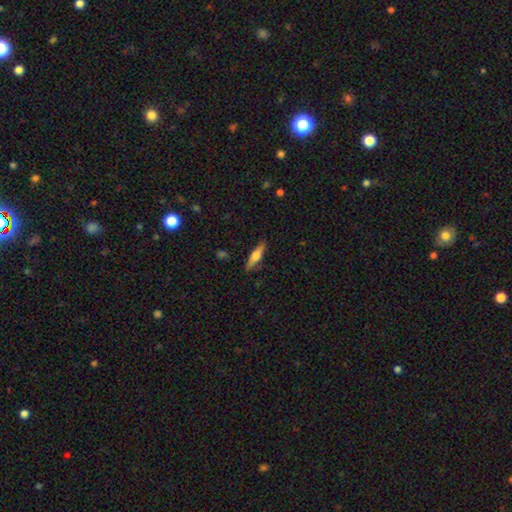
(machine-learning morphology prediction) A smooth galaxy with no disk features (48%). Merging: none (87%).